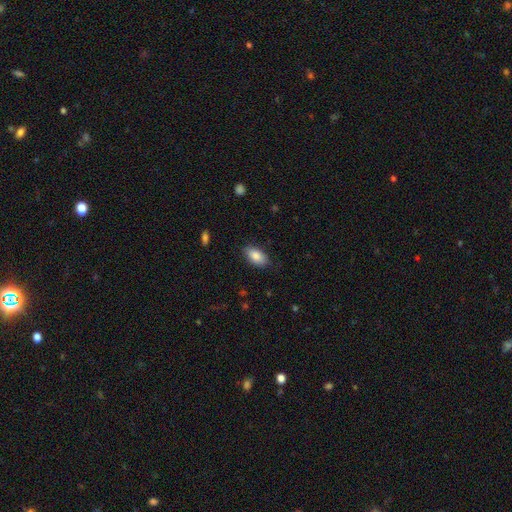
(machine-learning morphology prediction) This appears to be a smooth galaxy with no disk features (85%) that is in between round and cigar-shaped (92%). Merging: none (83%).